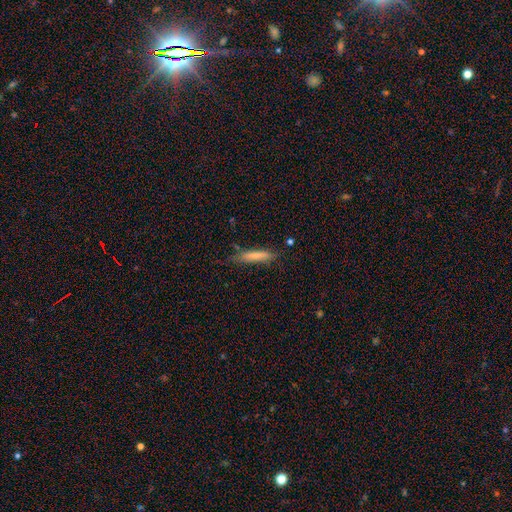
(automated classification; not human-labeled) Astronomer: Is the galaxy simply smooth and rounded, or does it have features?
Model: smooth — 74%.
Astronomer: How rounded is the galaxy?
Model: cigar-shaped — 85%.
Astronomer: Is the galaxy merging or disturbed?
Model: none — 72%.